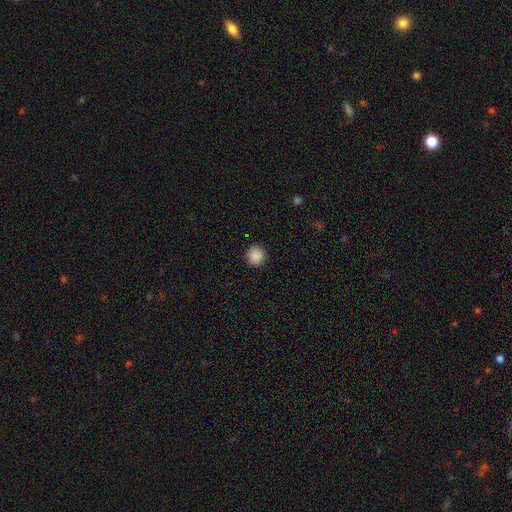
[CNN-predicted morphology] type=smooth (88%); roundness=round (93%); merging=none (92%).